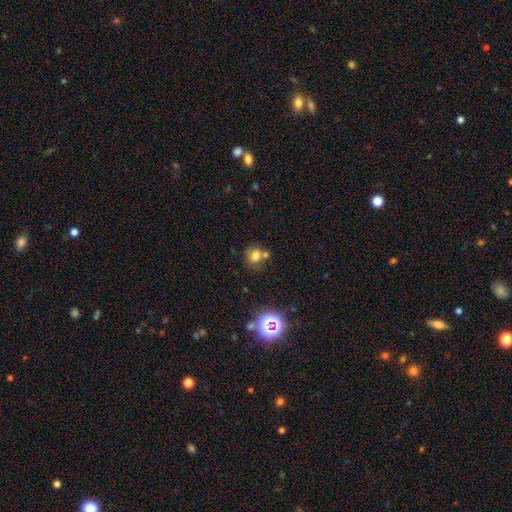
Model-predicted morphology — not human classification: smooth_or_featured: smooth (p=0.72) [alt: star or artifact p=0.17]
how_rounded: round (p=0.77) [alt: in between p=0.22]
merging: none (p=0.55) [alt: merger p=0.27]